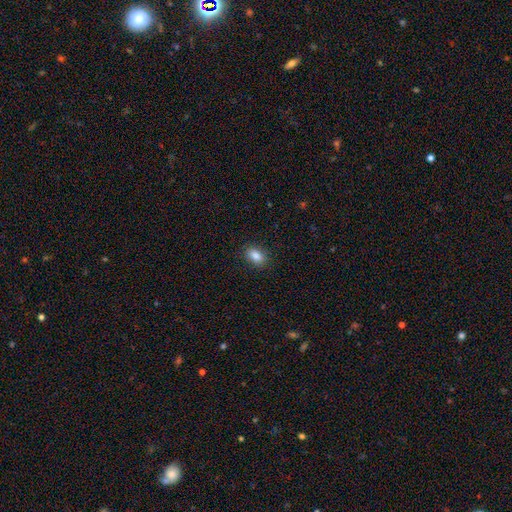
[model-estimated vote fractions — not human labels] Smooth or featured? smooth (86%)
How rounded? in between (83%)
Merging? none (88%)